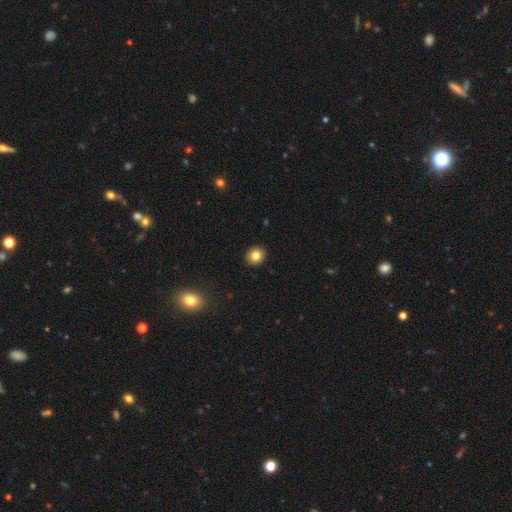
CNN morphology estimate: type=smooth (82%); roundness=round (86%); merging=none (93%).